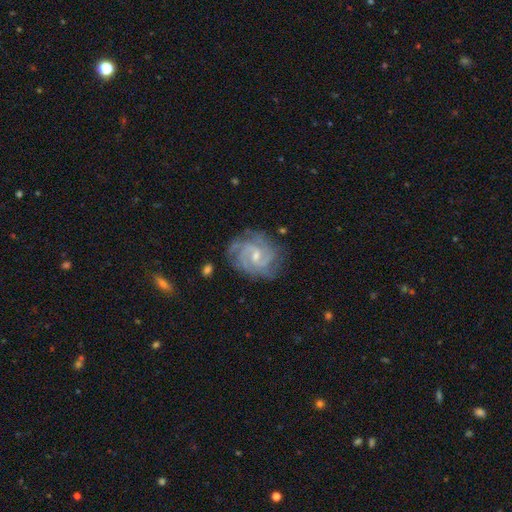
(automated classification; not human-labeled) Smooth or featured: featured or disk — 90% (star or artifact — 5%)
Edge-on disk: no — 98% (yes — 2%)
Bar: weak — 55% (no — 34%)
Spiral arms: yes — 98% (no — 2%)
Spiral winding: tight — 60% (medium — 34%)
Spiral arm count: 3 — 32% (2 — 25%)
Bulge size: small — 58% (moderate — 38%)
Merging: none — 76% (minor disturbance — 17%)